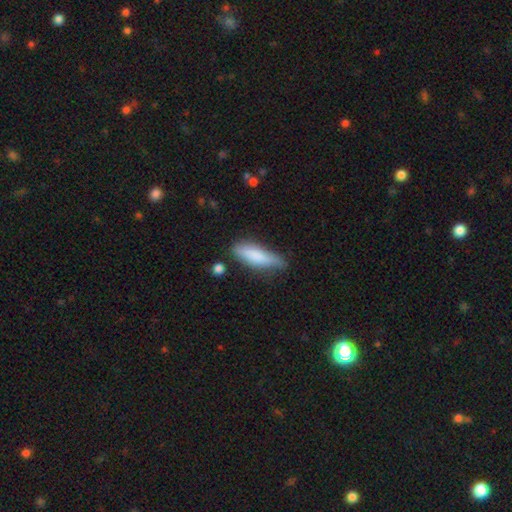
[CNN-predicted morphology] This is likely a smooth galaxy (77%). How rounded: possibly cigar-shaped (58%). Merging: possibly none (58%).